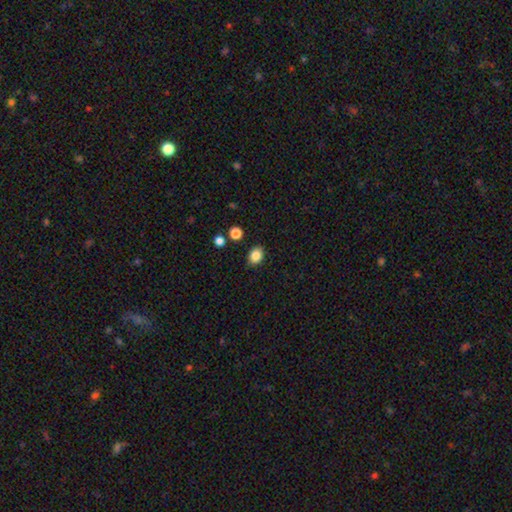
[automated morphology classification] A smooth galaxy with no disk features (85%) that is in between round and cigar-shaped (58%). Merging: none (85%).